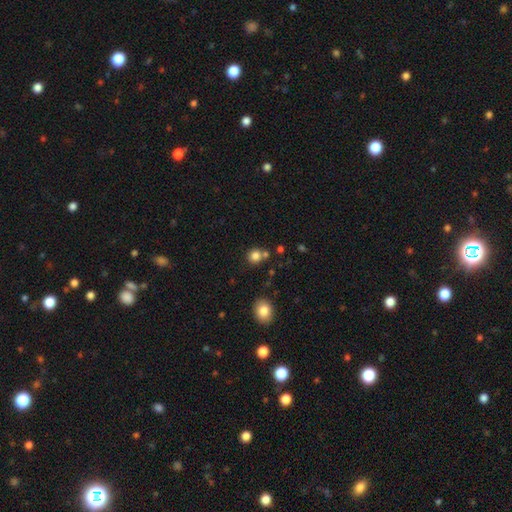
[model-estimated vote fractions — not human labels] smooth_or_featured: smooth (p=0.82) [alt: star or artifact p=0.12]
how_rounded: round (p=0.86) [alt: in between p=0.13]
merging: none (p=0.68) [alt: merger p=0.19]